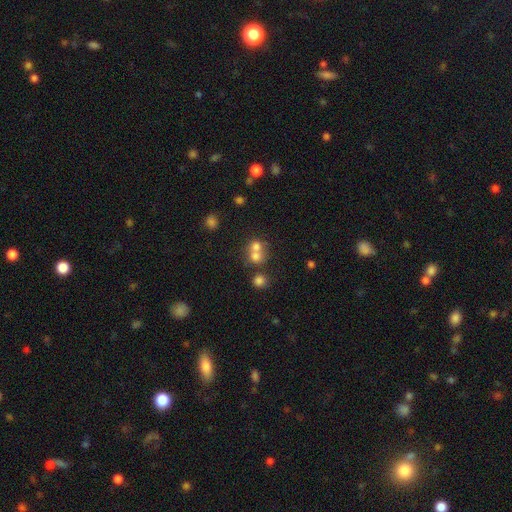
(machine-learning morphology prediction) This is likely a smooth galaxy (69%). How rounded: likely round (80%). Merging: possibly merger (57%).